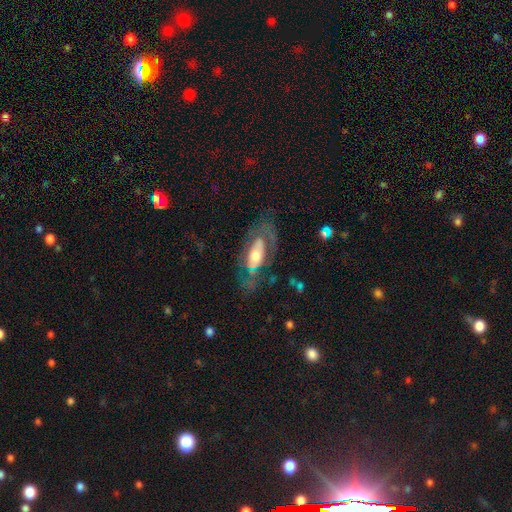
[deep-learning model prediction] Smooth or featured?
  - featured or disk: 66% *
  - smooth: 28%
  - star or artifact: 6%
Edge-on disk?
  - no: 86% *
  - yes: 14%
Bar?
  - no: 71% *
  - weak: 20%
  - strong: 9%
Spiral arms?
  - yes: 50% * (tied)
  - no: 50% * (tied)
Bulge size?
  - moderate: 54% *
  - large: 25%
  - small: 17%
  - dominant: 2%
  - none: 2%
Merging?
  - none: 62% *
  - minor disturbance: 19%
  - major disturbance: 17%
  - merger: 2%